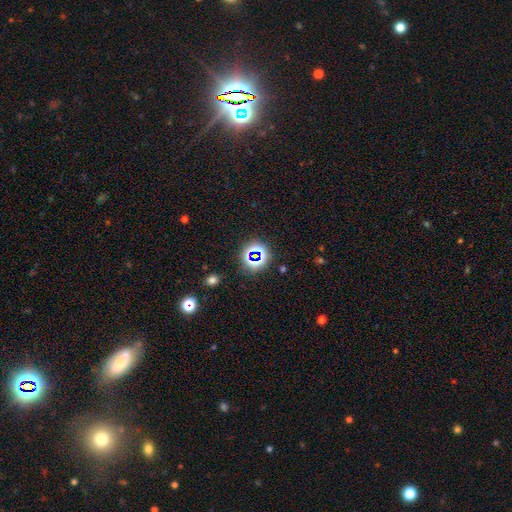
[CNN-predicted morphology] type=star or artifact (69%).